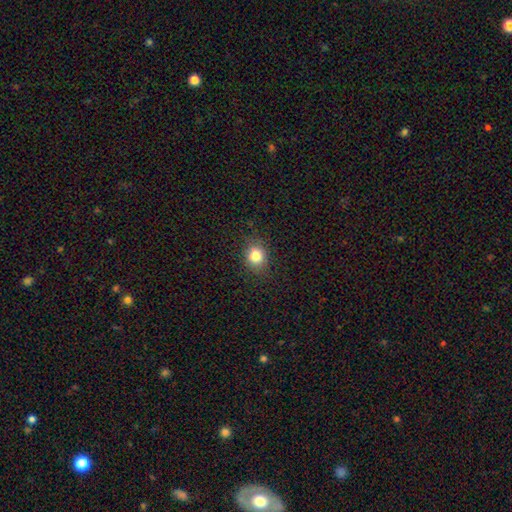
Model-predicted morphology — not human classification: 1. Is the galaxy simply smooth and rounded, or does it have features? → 82% smooth, 12% star or artifact, 6% featured or disk.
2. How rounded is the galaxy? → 70% round, 29% in between, 1% cigar-shaped.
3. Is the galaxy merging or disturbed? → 85% none, 11% minor disturbance, 3% major disturbance, 1% merger.